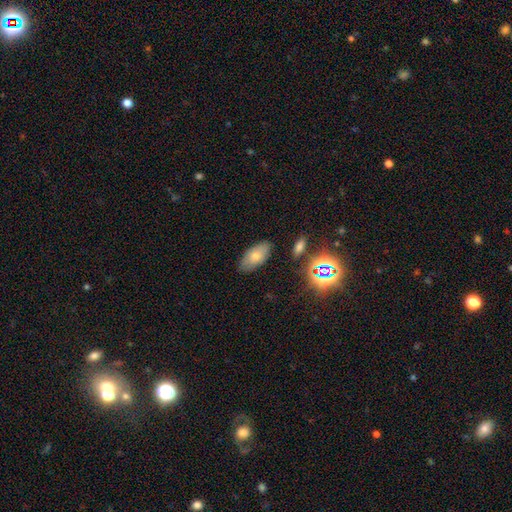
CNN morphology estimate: Overall: smooth (72%). How rounded: in between (92%). Merging: none (81%).